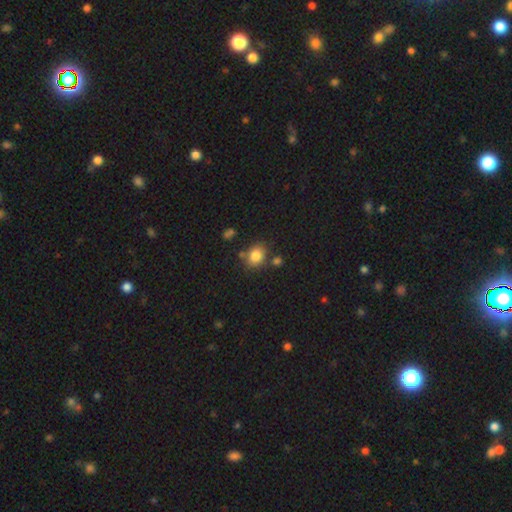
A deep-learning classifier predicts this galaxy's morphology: A smooth galaxy with no disk features (83%) that is round (54%). Merging: none (71%).